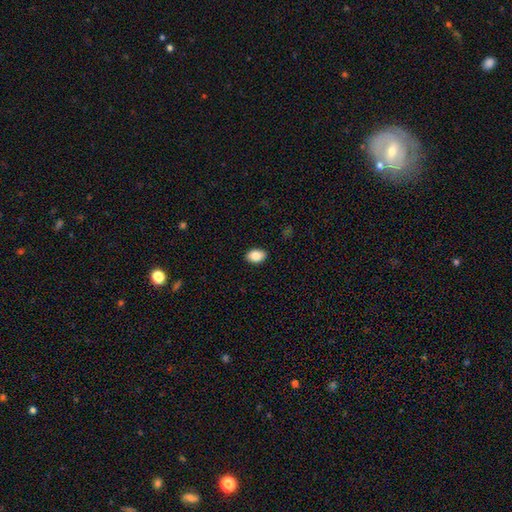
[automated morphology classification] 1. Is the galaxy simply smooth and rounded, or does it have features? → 86% smooth, 7% star or artifact, 6% featured or disk.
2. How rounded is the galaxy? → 81% in between, 17% round, 1% cigar-shaped.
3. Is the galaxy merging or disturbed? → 89% none, 8% minor disturbance, 2% major disturbance, 1% merger.